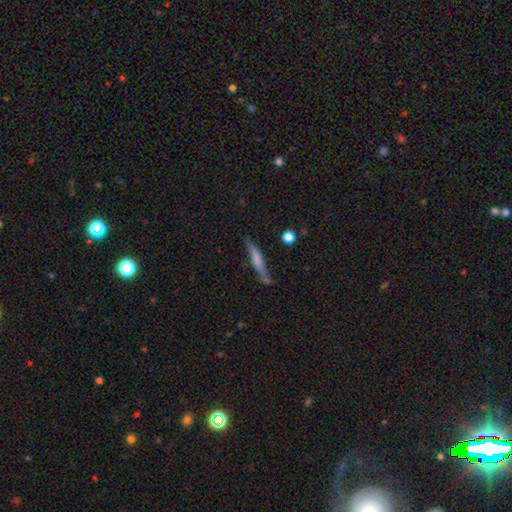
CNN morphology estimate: This is possibly a featured or disk galaxy (51%). It is clearly viewed edge-on (93%). Merging: likely none (78%).